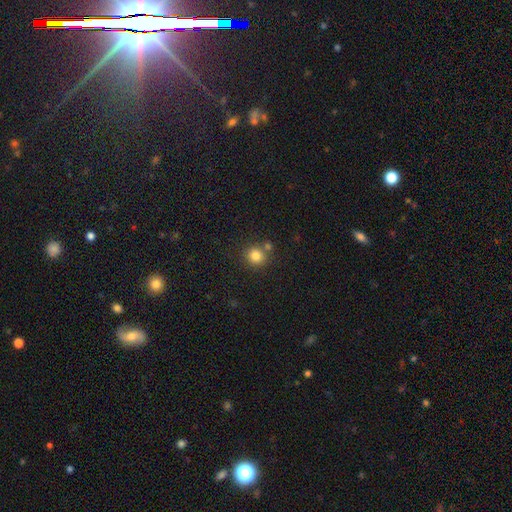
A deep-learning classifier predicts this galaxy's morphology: smooth-or-featured: smooth: 82% | star or artifact: 12% | featured or disk: 6%
  how-rounded: round: 90% | in between: 9% | cigar-shaped: 1%
  merging: none: 73% | merger: 16% | minor disturbance: 9% | major disturbance: 3%